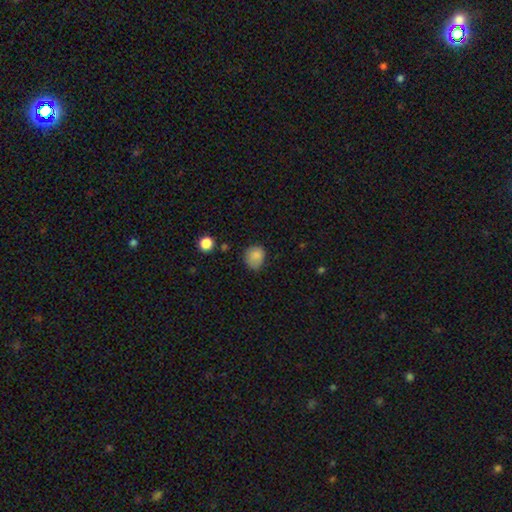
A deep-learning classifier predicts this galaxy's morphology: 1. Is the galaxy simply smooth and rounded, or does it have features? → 83% smooth, 10% star or artifact, 7% featured or disk.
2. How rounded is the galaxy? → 67% round, 32% in between, 1% cigar-shaped.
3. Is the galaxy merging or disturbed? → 55% none, 35% minor disturbance, 8% major disturbance, 2% merger.